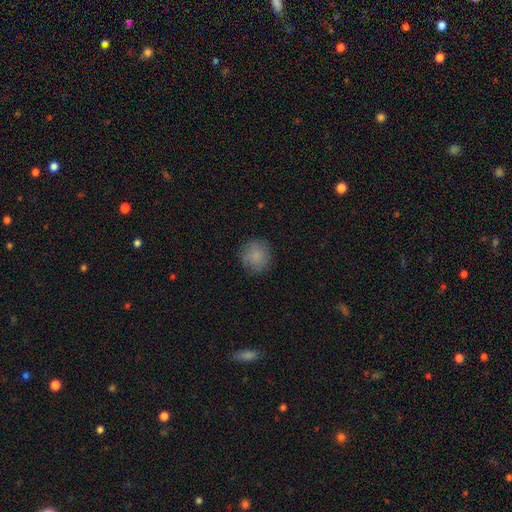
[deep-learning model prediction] Smooth or featured?
  - smooth: 84% *
  - star or artifact: 9%
  - featured or disk: 7%
How rounded?
  - round: 91% *
  - in between: 8%
  - cigar-shaped: 1%
Merging?
  - none: 84% *
  - minor disturbance: 11%
  - major disturbance: 3%
  - merger: 1%